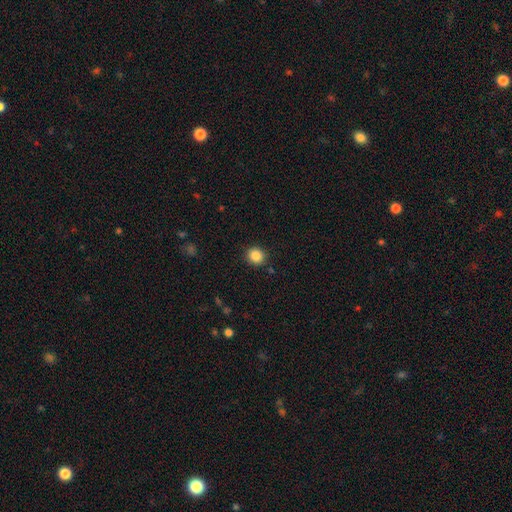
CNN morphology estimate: Smooth or featured: smooth — 87% (star or artifact — 10%)
How rounded: round — 89% (in between — 10%)
Merging: none — 90% (minor disturbance — 6%)